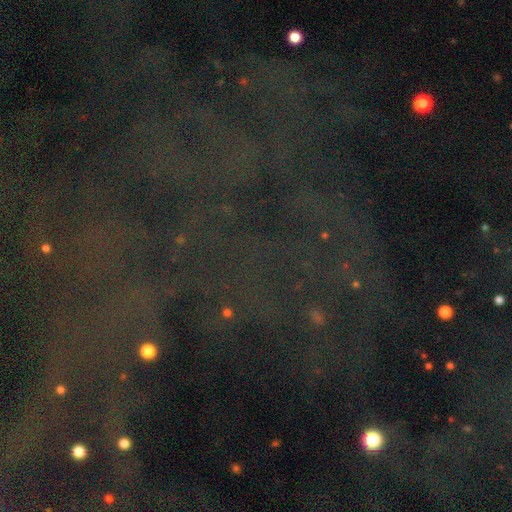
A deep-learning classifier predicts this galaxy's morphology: The model was most divided on "smooth or featured": star or artifact: 76%, smooth: 12%, featured or disk: 11%.